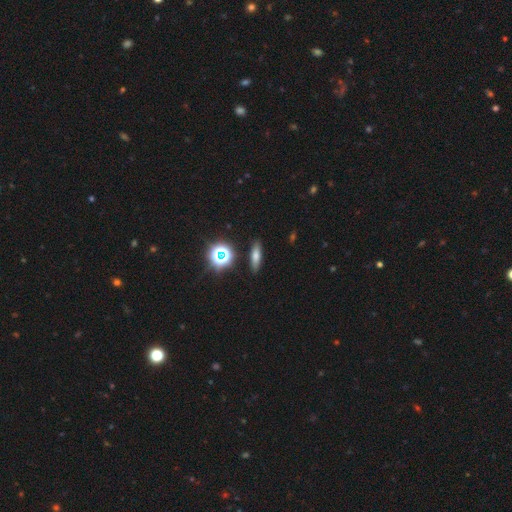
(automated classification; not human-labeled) Smooth or featured? smooth (64%)
How rounded? cigar-shaped (54%)
Merging? none (87%)